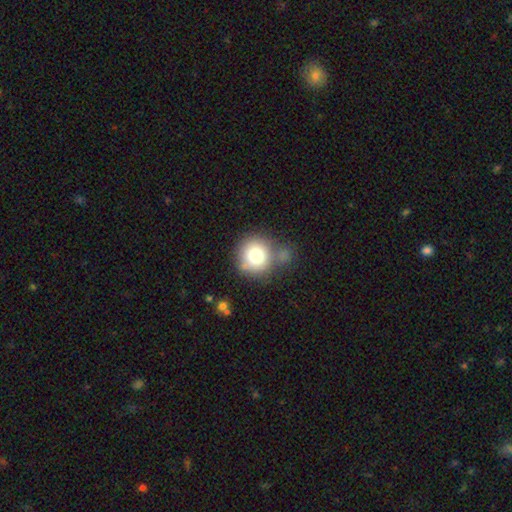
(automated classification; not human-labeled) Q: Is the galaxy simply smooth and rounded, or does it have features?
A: smooth — 78%.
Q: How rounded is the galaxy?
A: round — 91%.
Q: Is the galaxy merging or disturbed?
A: none — 59%.